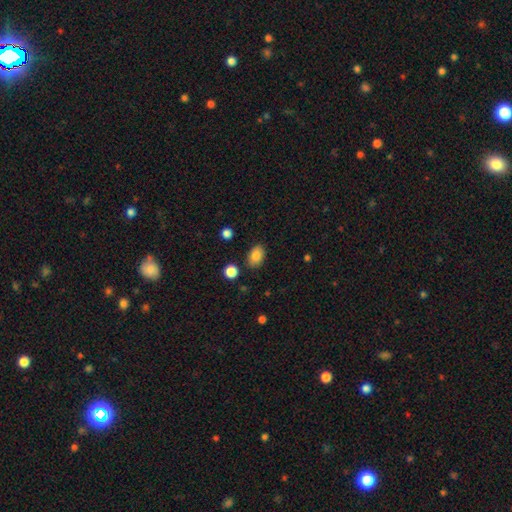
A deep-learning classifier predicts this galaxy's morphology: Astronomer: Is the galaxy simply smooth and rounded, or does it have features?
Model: smooth — 85%.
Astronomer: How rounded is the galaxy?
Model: in between — 84%.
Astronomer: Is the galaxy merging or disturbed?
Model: none — 84%.